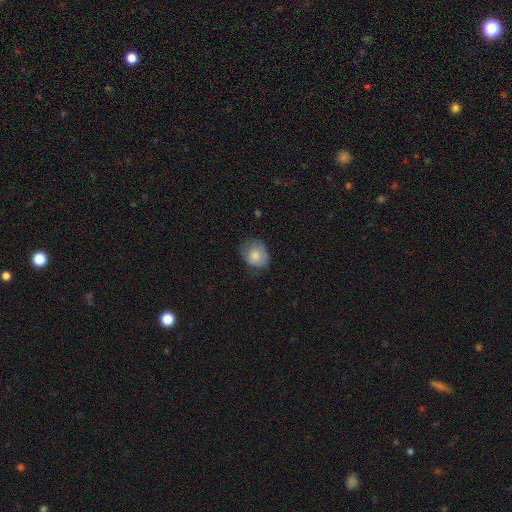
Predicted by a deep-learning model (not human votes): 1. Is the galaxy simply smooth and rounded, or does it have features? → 80% smooth, 13% featured or disk, 8% star or artifact.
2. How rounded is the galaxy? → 57% round, 42% in between, 1% cigar-shaped.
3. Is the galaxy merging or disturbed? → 63% none, 28% minor disturbance, 8% major disturbance, 1% merger.